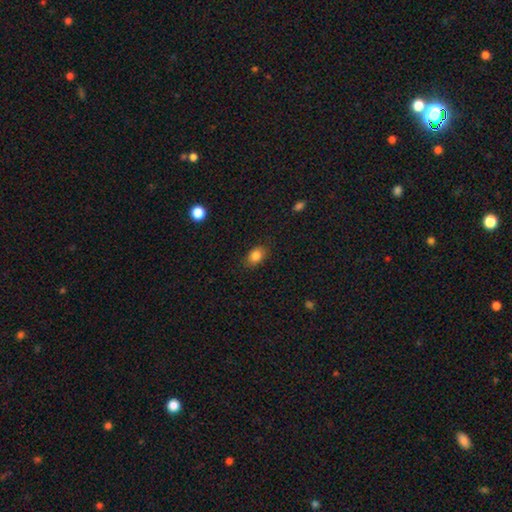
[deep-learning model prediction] Morphology: type=smooth (85%); roundness=in between (75%); merging=none (85%).